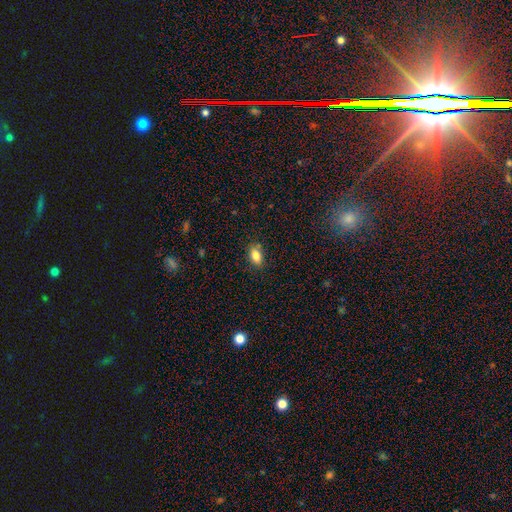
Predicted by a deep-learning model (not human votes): The model was most divided on "merging": none: 81%, minor disturbance: 13%, major disturbance: 3%, merger: 2%. More confident: how rounded — in between (87%); smooth or featured — smooth (83%).